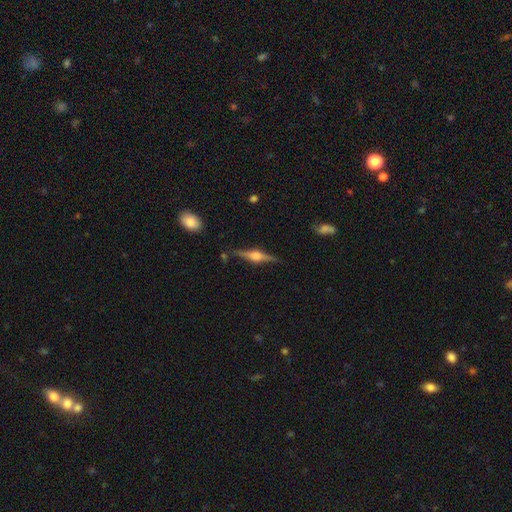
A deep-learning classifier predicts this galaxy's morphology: This is clearly a featured or disk galaxy (81%). It is clearly viewed edge-on (98%). Edge-on bulge: clearly rounded (89%). Merging: clearly none (86%).